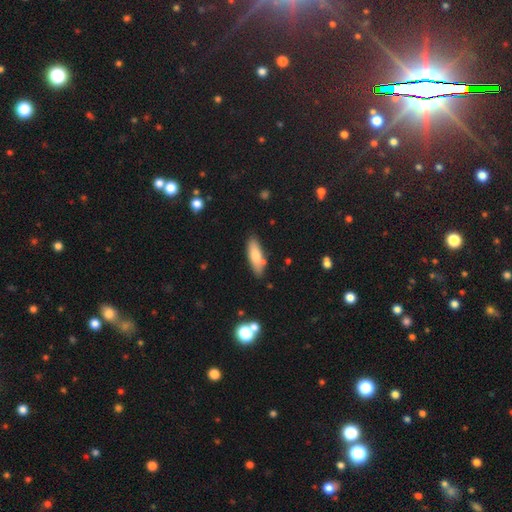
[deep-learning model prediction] smooth-or-featured: smooth: 73% | featured or disk: 21% | star or artifact: 7%
  how-rounded: in between: 56% | cigar-shaped: 41% | round: 2%
  merging: none: 78% | minor disturbance: 14% | merger: 5% | major disturbance: 3%